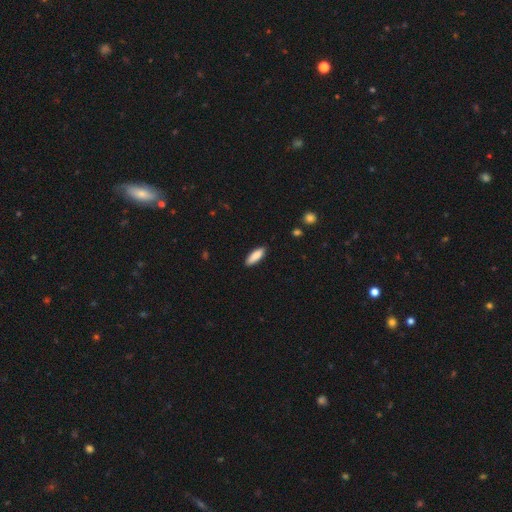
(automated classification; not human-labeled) Smooth or featured: smooth — 87% (featured or disk — 7%)
How rounded: in between — 58% (cigar-shaped — 40%)
Merging: none — 88% (minor disturbance — 9%)